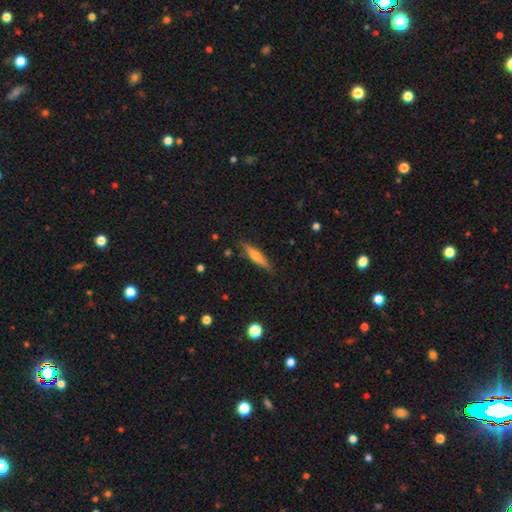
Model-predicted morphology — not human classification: type=smooth (51%); roundness=cigar-shaped (85%); merging=none (86%).